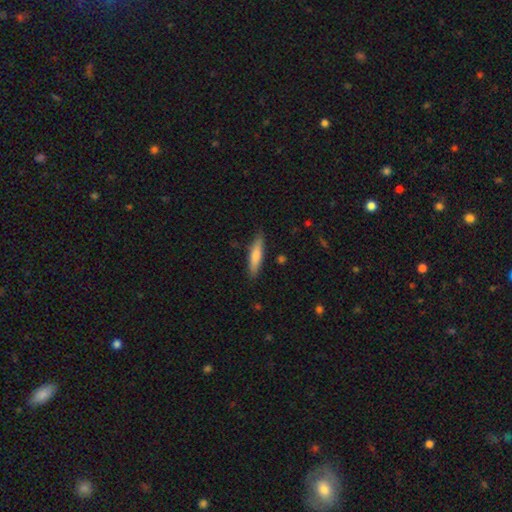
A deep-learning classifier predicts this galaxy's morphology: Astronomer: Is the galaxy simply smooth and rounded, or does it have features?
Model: smooth — 75%.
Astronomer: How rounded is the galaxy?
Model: cigar-shaped — 81%.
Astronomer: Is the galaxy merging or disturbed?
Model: none — 86%.